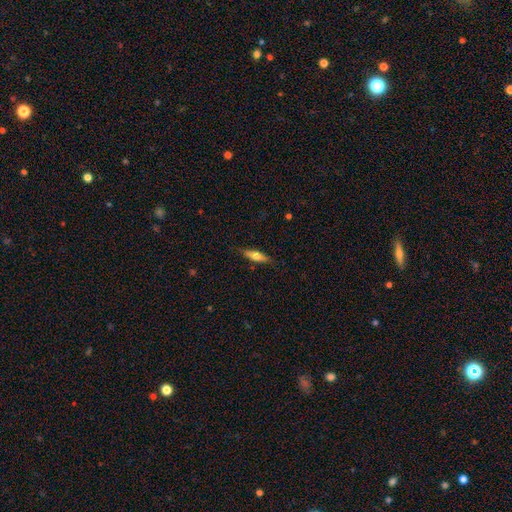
Morphology: type=smooth (55%); roundness=cigar-shaped (68%); merging=none (82%).